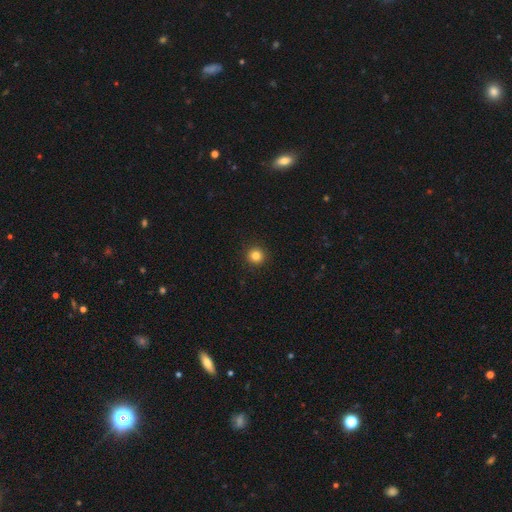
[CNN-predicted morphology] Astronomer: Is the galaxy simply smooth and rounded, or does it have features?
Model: smooth — 83%.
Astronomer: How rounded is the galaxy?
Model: round — 95%.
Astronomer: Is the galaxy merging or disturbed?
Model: none — 93%.